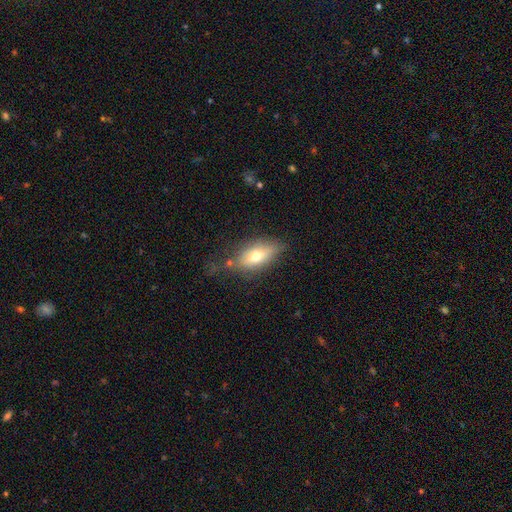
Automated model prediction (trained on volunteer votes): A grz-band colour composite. It shows a smooth galaxy with no disk features (62%) that is in between round and cigar-shaped (81%). Merging: none (64%).